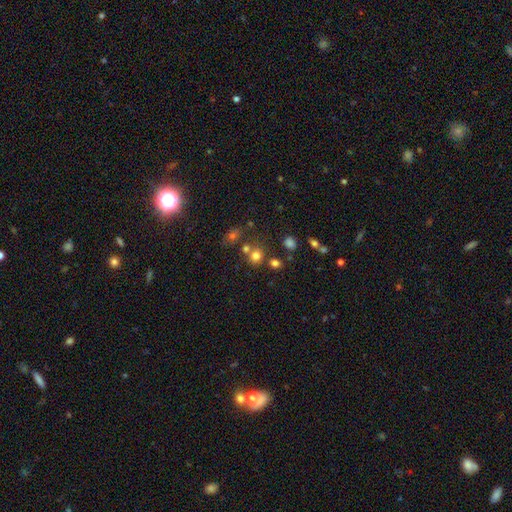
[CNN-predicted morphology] A smooth galaxy with no disk features (74%) that is round (79%). Merging: none (63%).